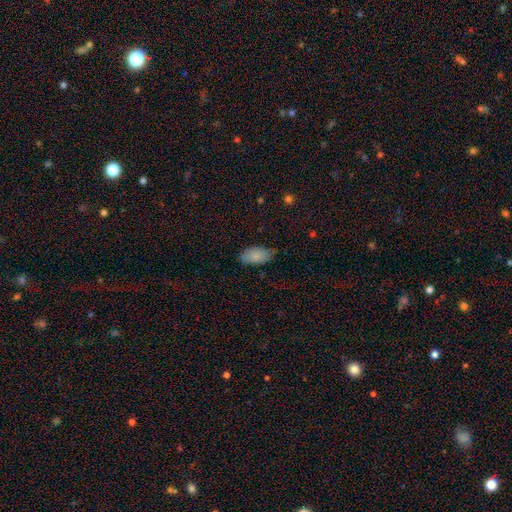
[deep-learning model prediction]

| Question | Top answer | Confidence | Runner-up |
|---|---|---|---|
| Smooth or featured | smooth | 82% | featured or disk (11%) |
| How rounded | in between | 94% | cigar-shaped (3%) |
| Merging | none | 67% | minor disturbance (27%) |